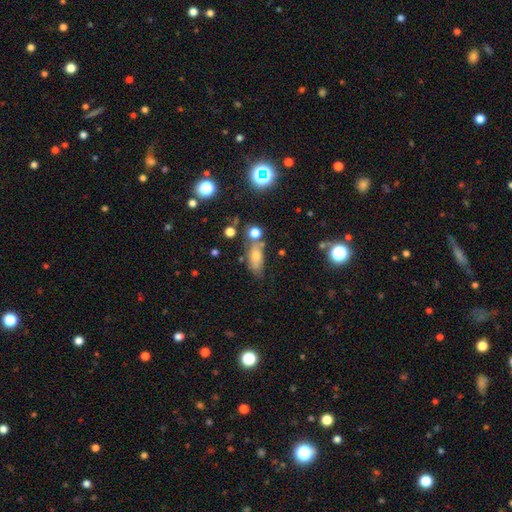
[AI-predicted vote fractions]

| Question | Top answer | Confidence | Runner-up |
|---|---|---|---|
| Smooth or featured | smooth | 57% | featured or disk (23%) |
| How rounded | in between | 71% | cigar-shaped (20%) |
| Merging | none | 62% | minor disturbance (19%) |